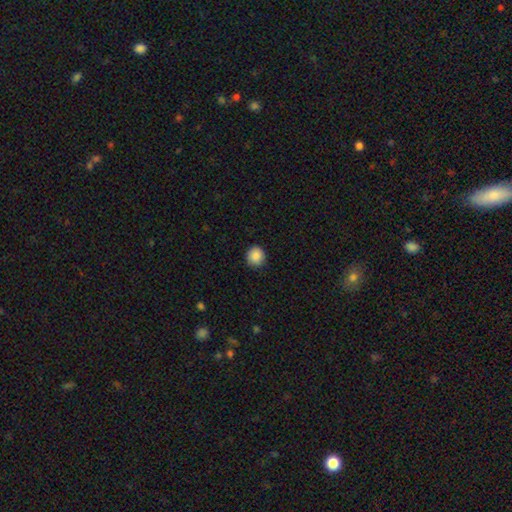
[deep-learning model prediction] Q: Smooth or featured?
A: smooth (88%); runner-up: star or artifact (9%)
Q: How rounded?
A: round (89%); runner-up: in between (10%)
Q: Merging?
A: none (90%); runner-up: minor disturbance (8%)